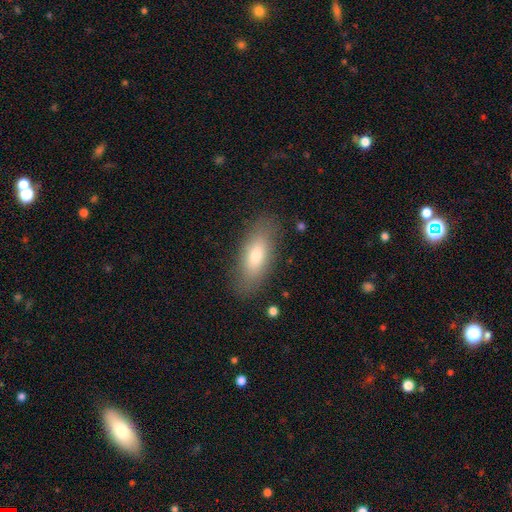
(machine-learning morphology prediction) The model was most divided on "how rounded": in between: 73%, cigar-shaped: 25%, round: 3%. More confident: merging — none (84%); smooth or featured — smooth (74%).